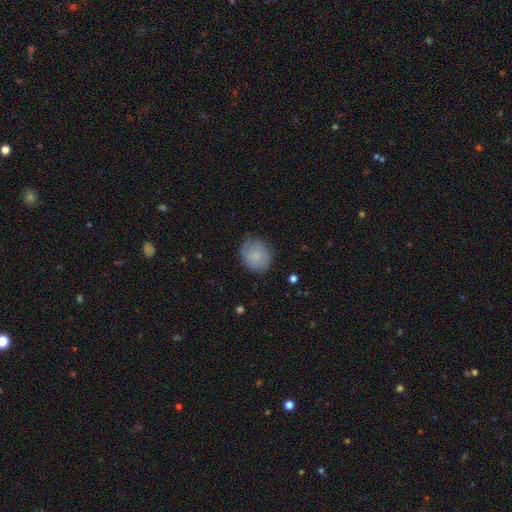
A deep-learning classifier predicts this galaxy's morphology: Q: Smooth or featured?
A: smooth (78%); runner-up: featured or disk (15%)
Q: How rounded?
A: round (81%); runner-up: in between (18%)
Q: Merging?
A: none (75%); runner-up: minor disturbance (19%)